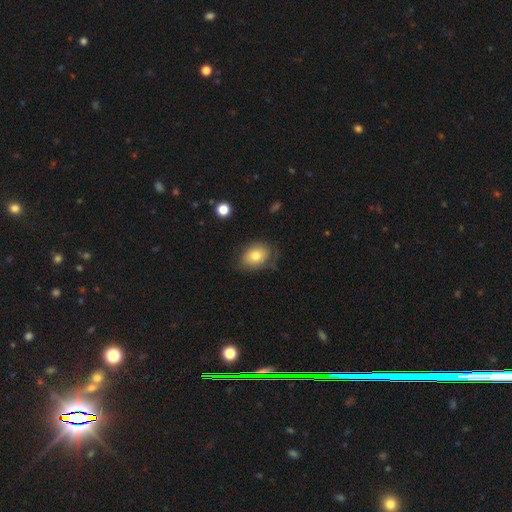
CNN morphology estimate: Smooth or featured: smooth — 77% (featured or disk — 15%)
How rounded: in between — 69% (round — 30%)
Merging: none — 69% (minor disturbance — 24%)